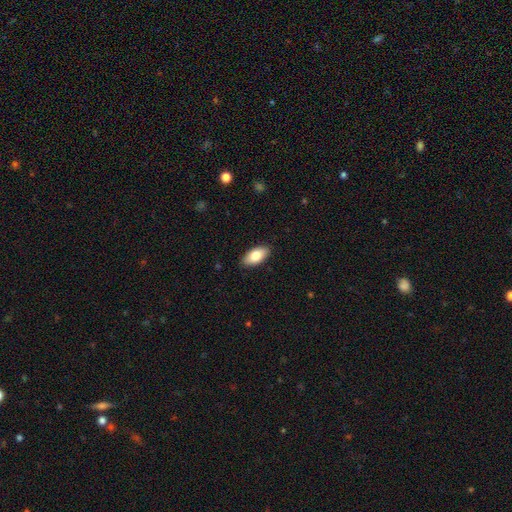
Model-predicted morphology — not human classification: type=smooth (82%); roundness=in between (93%); merging=none (89%).